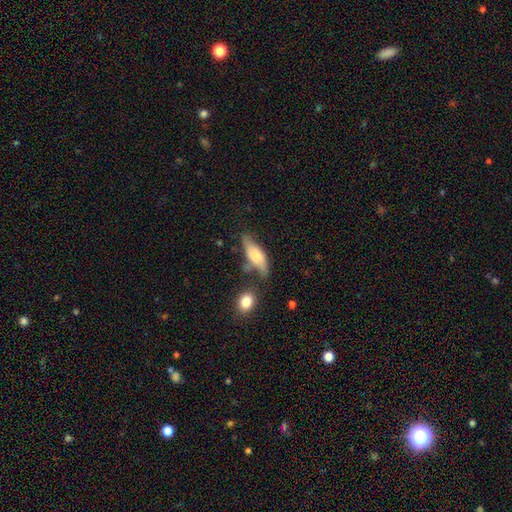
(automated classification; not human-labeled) Smooth or featured: smooth — 60% (featured or disk — 34%)
How rounded: in between — 64% (cigar-shaped — 33%)
Merging: none — 49% (minor disturbance — 28%)